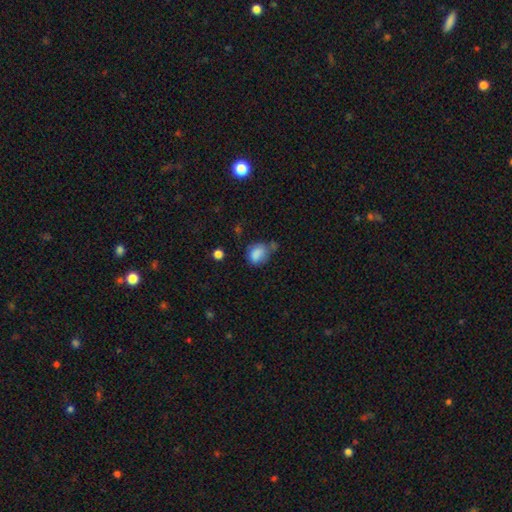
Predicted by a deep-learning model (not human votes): A smooth galaxy with no disk features (81%) that is in between round and cigar-shaped (61%).

Vote fractions:
- Smooth or featured? smooth: 81% / star or artifact: 10% / featured or disk: 9%
- How rounded? in between: 61% / round: 38% / cigar-shaped: 1%
- Merging? none: 41% / minor disturbance: 31% / merger: 15% / major disturbance: 13%